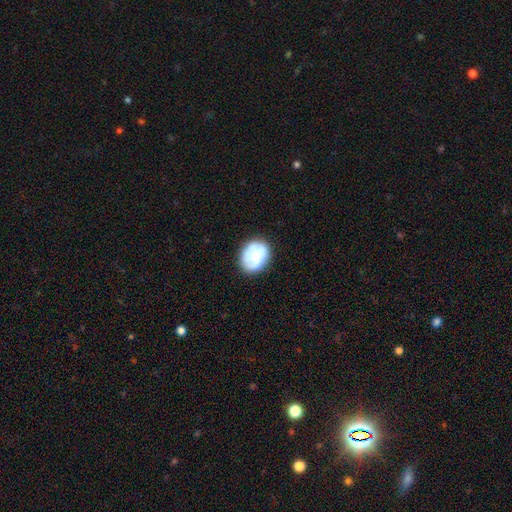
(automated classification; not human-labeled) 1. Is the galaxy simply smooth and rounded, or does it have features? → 59% smooth, 34% featured or disk, 7% star or artifact.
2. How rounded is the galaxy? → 58% round, 41% in between, 1% cigar-shaped.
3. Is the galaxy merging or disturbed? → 78% none, 16% minor disturbance, 4% major disturbance, 1% merger.